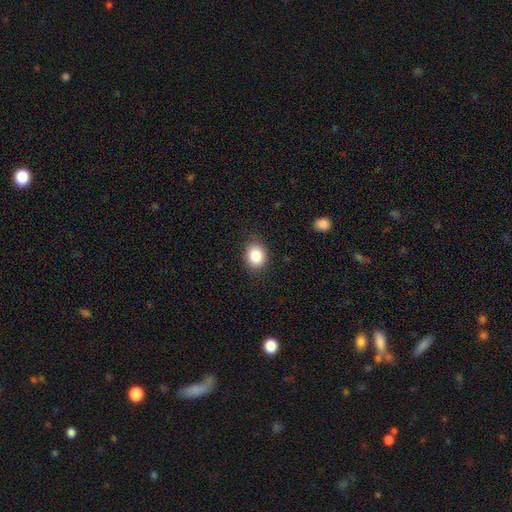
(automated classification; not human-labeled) Smooth or featured?
  - smooth: 85% *
  - star or artifact: 9%
  - featured or disk: 6%
How rounded?
  - in between: 51% *
  - round: 49%
  - cigar-shaped: 1%
Merging?
  - none: 84% *
  - minor disturbance: 12%
  - major disturbance: 3%
  - merger: 1%